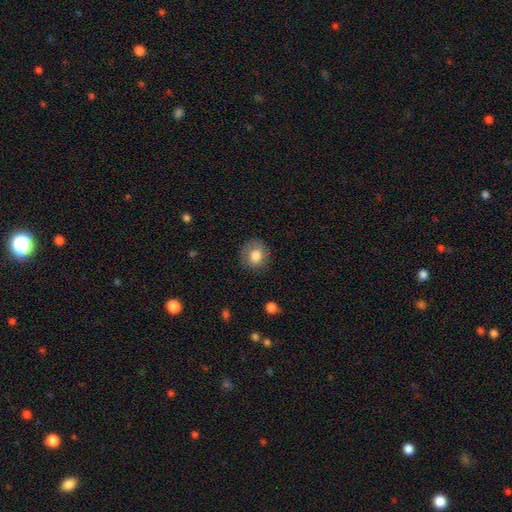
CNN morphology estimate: type=smooth (80%); roundness=round (73%); merging=none (75%).